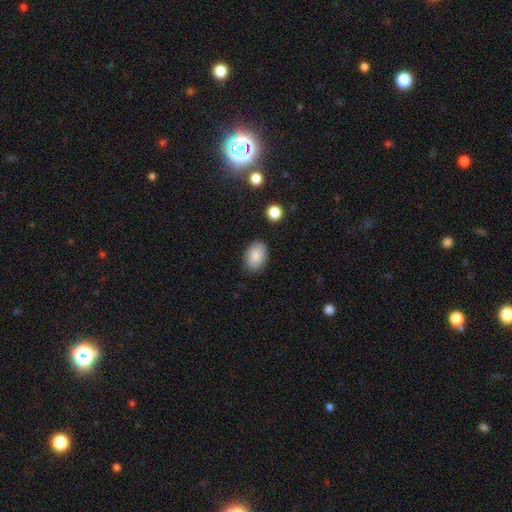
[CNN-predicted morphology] Smooth or featured?
  - smooth: 86% *
  - star or artifact: 7%
  - featured or disk: 7%
How rounded?
  - in between: 87% *
  - round: 12%
  - cigar-shaped: 1%
Merging?
  - none: 84% *
  - minor disturbance: 12%
  - major disturbance: 3%
  - merger: 2%